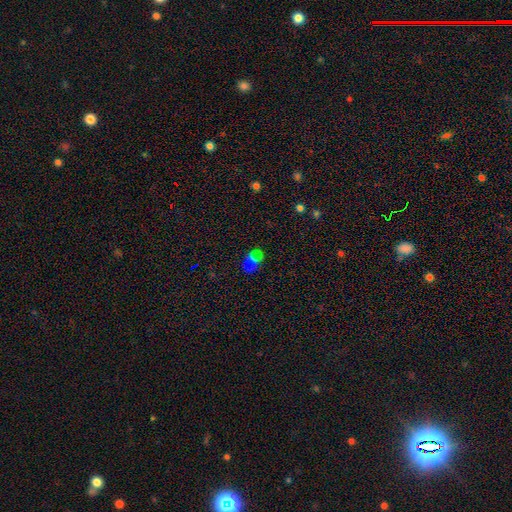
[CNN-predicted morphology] Overall: smooth (57%; star or artifact 32%). How rounded: in between (88%). Merging: none (69%).